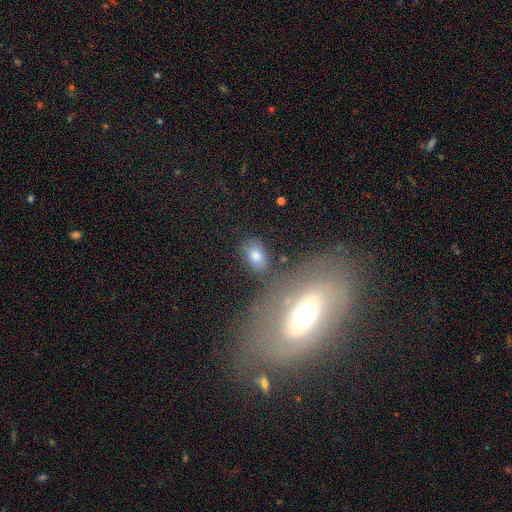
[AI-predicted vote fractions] This appears to be a smooth galaxy with no disk features (69%) that is in between round and cigar-shaped (82%). Merging: none (70%).